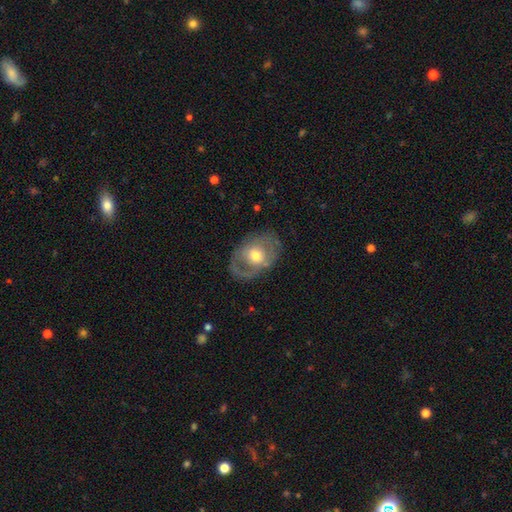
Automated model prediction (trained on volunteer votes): Morphology: type=featured or disk (61%); edge-on=no (93%); bar=no (67%); spiral arms=no (51%); bulge=moderate (70%); merging=none (70%).